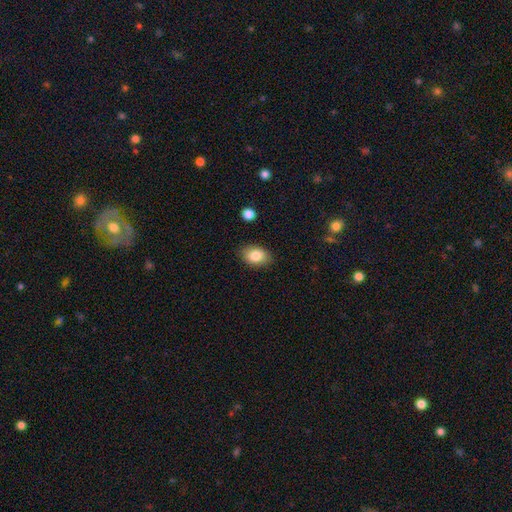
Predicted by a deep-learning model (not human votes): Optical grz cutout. It shows a smooth galaxy with no disk features (85%) that is in between round and cigar-shaped (83%). Merging: none (85%).